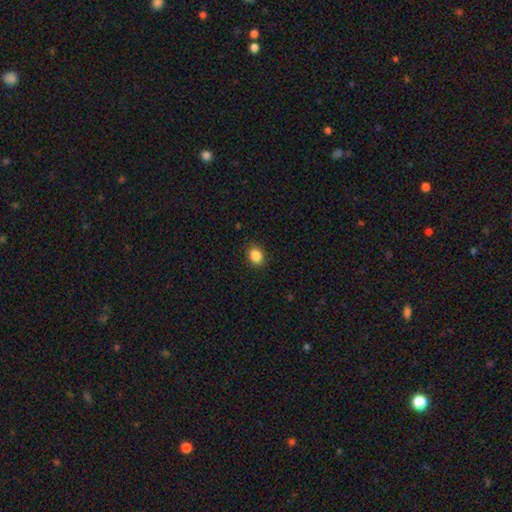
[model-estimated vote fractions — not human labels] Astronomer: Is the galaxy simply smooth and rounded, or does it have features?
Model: smooth — 87%.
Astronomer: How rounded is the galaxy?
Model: round — 53% (runner-up: in between, 46%).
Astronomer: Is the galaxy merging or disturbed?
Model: none — 89%.